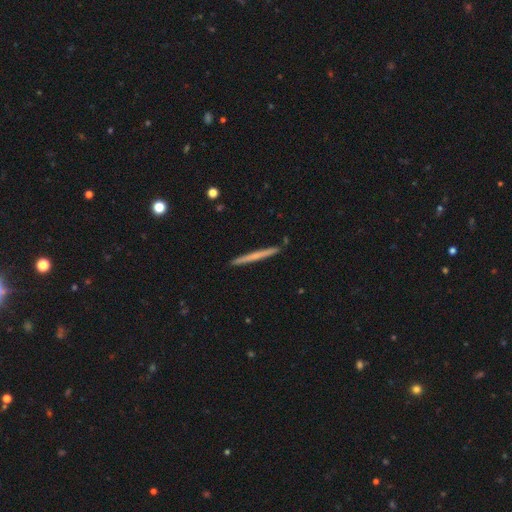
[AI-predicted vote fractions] Q: Smooth or featured?
A: smooth (52%); runner-up: featured or disk (42%)
Q: How rounded?
A: cigar-shaped (97%); runner-up: in between (2%)
Q: Merging?
A: none (92%); runner-up: minor disturbance (6%)